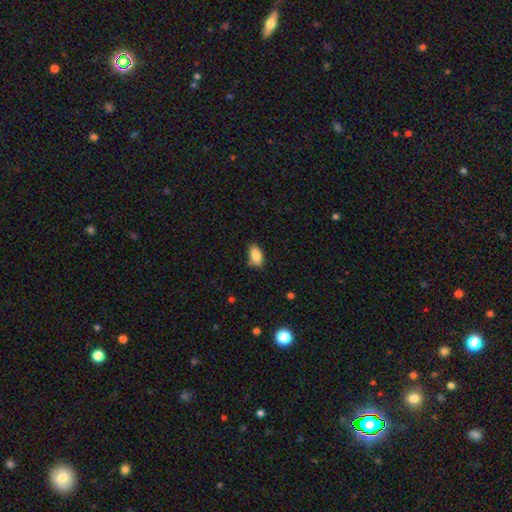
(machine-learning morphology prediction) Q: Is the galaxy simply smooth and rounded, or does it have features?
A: smooth — 87%.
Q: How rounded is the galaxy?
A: in between — 93%.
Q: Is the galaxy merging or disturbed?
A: none — 82%.